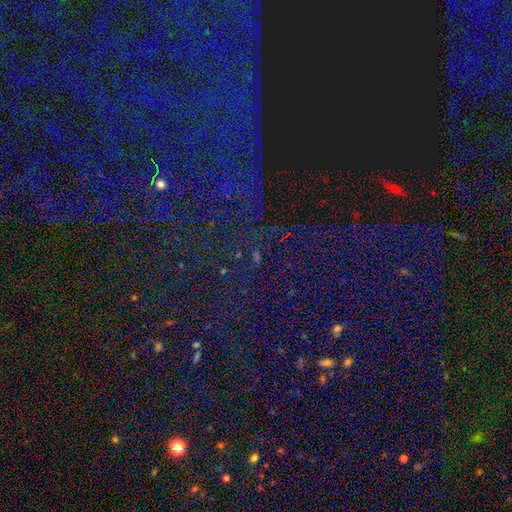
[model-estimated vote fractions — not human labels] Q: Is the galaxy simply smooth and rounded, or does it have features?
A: star or artifact — 84%.